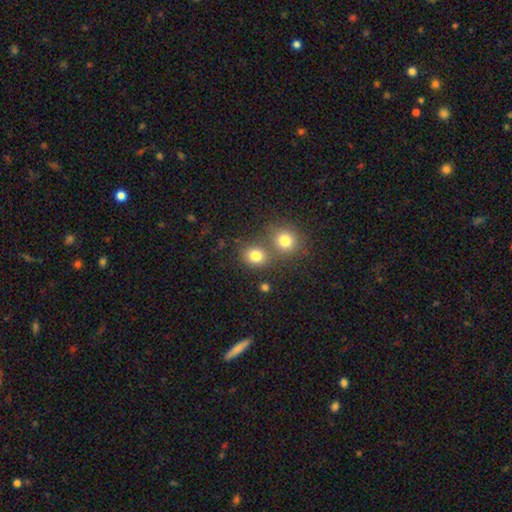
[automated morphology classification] Smooth or featured? Predicted: smooth (p=0.80). How rounded? Predicted: round (p=0.73). Merging? Predicted: none (p=0.56).